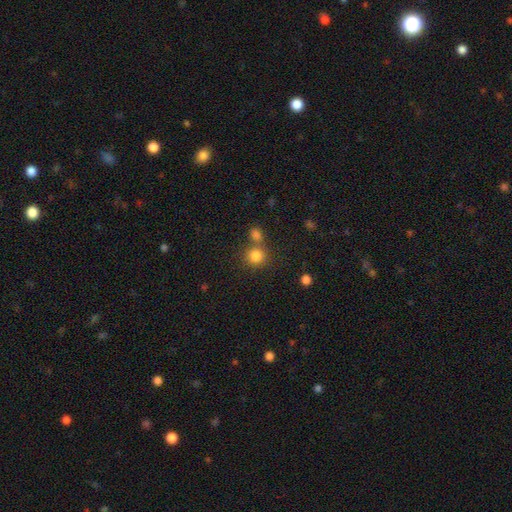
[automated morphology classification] Smooth or featured: smooth — 83% (star or artifact — 12%)
How rounded: round — 88% (in between — 11%)
Merging: none — 62% (merger — 26%)